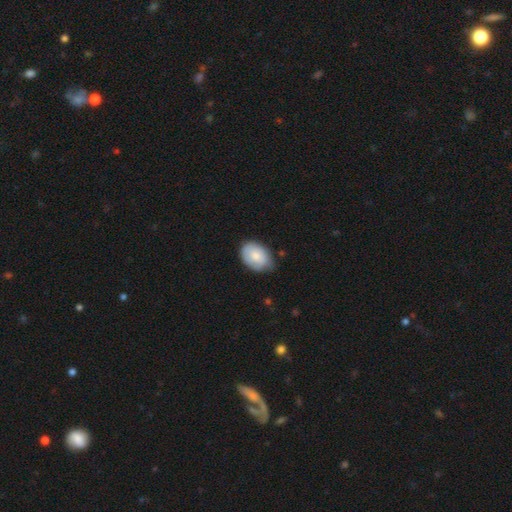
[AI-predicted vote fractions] This is likely a smooth galaxy (75%). How rounded: clearly in between (82%). Merging: likely none (63%).